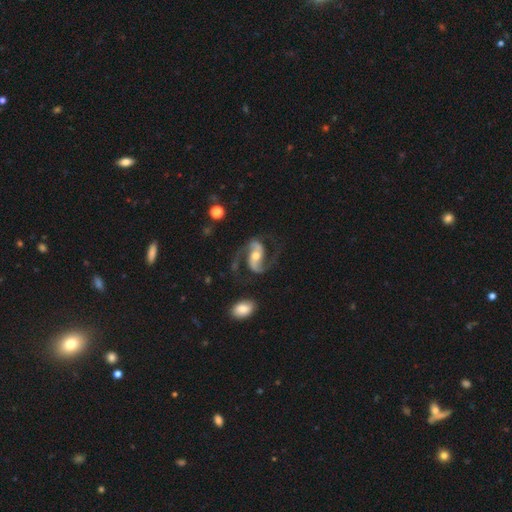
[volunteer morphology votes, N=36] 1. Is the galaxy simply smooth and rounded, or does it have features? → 89% featured or disk, 8% smooth, 3% star or artifact.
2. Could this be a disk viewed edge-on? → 100% no, 0% yes.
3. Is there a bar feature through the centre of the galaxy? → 50% no, 28% weak, 22% strong.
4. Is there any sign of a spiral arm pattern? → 100% yes, 0% no.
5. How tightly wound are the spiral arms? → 47% medium (tied), 47% loose (tied), 6% tight.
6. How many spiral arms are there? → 97% 2, 3% 1, 0% 3, 0% 4, 0% more than 4, 0% can't tell.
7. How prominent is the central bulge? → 66% moderate, 34% small, 0% dominant, 0% large, 0% none.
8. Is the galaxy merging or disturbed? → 71% none, 17% major disturbance, 11% minor disturbance, 0% merger.